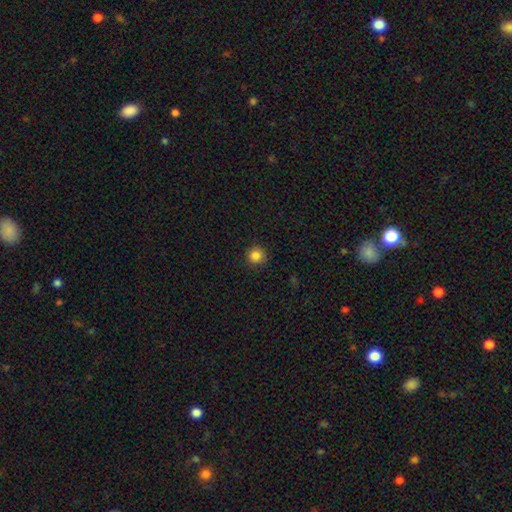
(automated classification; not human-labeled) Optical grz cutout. It shows a smooth galaxy with no disk features (84%) that is round (94%). Merging: none (91%).